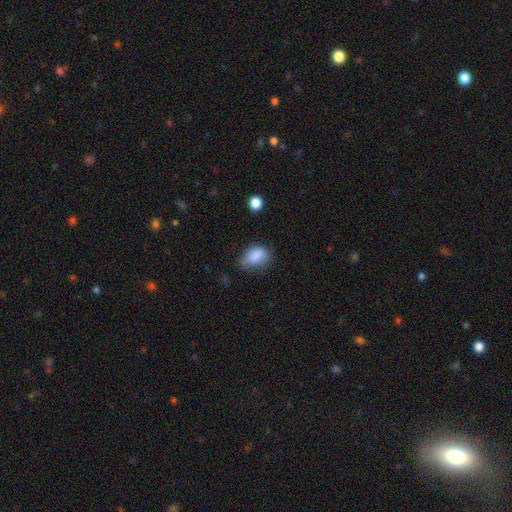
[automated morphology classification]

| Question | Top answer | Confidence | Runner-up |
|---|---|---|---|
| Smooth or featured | smooth | 86% | star or artifact (8%) |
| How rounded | in between | 79% | round (20%) |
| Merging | none | 60% | minor disturbance (30%) |